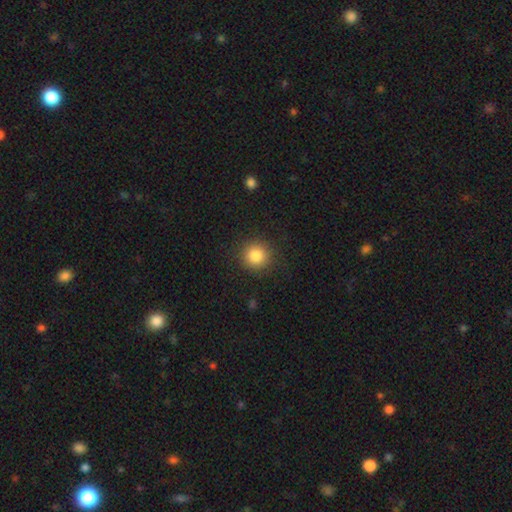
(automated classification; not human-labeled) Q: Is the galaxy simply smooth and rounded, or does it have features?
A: smooth — 83%.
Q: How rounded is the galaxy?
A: round — 93%.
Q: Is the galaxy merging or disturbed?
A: none — 90%.